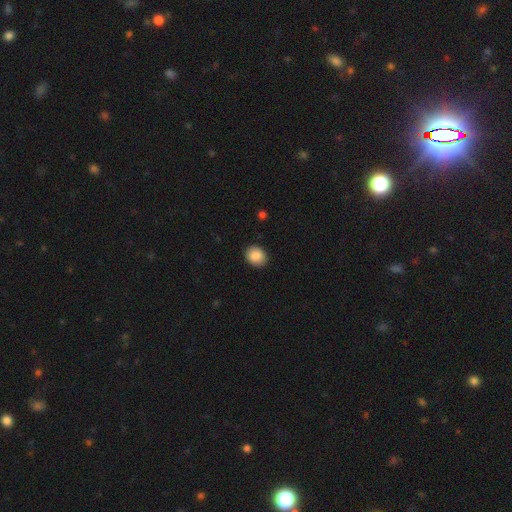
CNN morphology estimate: Overall: smooth (88%). How rounded: round (62%; in between 37%). Merging: none (89%).